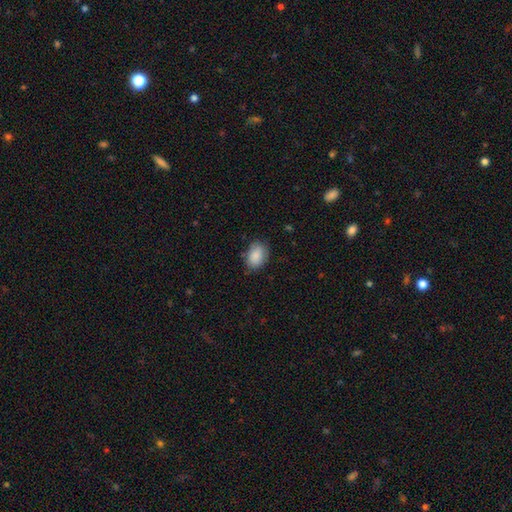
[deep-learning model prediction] Smooth or featured? Predicted: smooth (p=0.87). How rounded? Predicted: in between (p=0.85). Merging? Predicted: none (p=0.76).